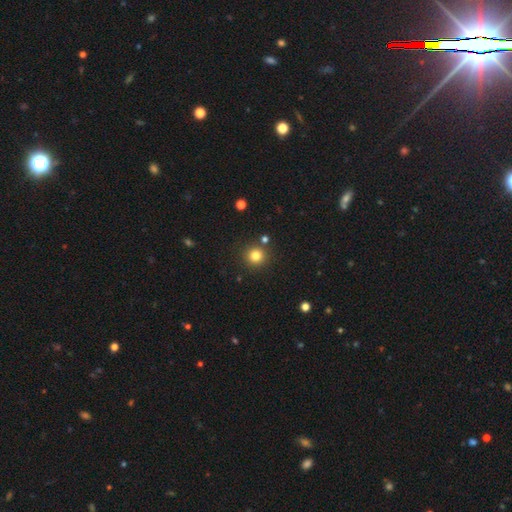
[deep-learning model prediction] Overall: smooth (81%). How rounded: round (93%). Merging: none (87%).